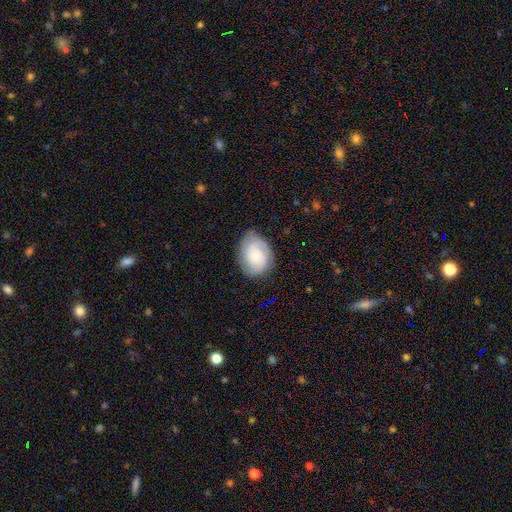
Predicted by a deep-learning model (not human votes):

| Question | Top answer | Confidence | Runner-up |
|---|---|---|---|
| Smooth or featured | featured or disk | 47% | smooth (45%) |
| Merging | none | 75% | minor disturbance (19%) |